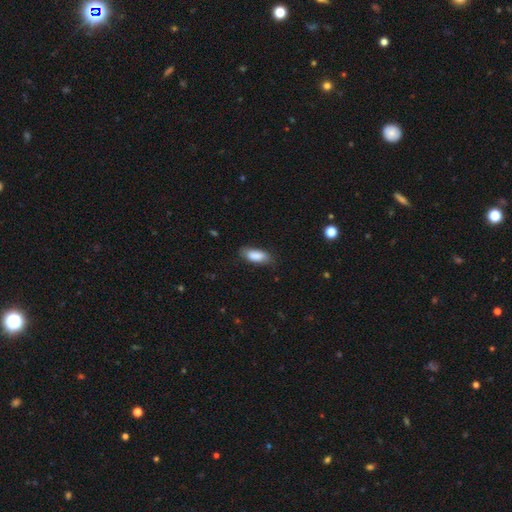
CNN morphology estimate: smooth-or-featured: smooth: 87% | featured or disk: 7% | star or artifact: 6%
  how-rounded: in between: 83% | cigar-shaped: 15% | round: 2%
  merging: none: 76% | minor disturbance: 18% | major disturbance: 4% | merger: 1%